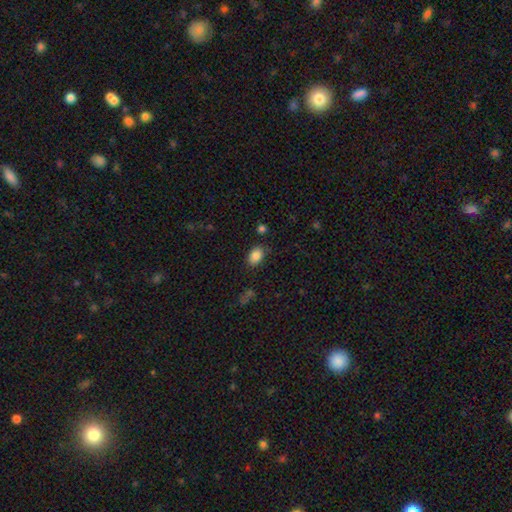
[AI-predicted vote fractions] This is clearly a smooth galaxy (86%). How rounded: clearly in between (81%). Merging: clearly none (81%).